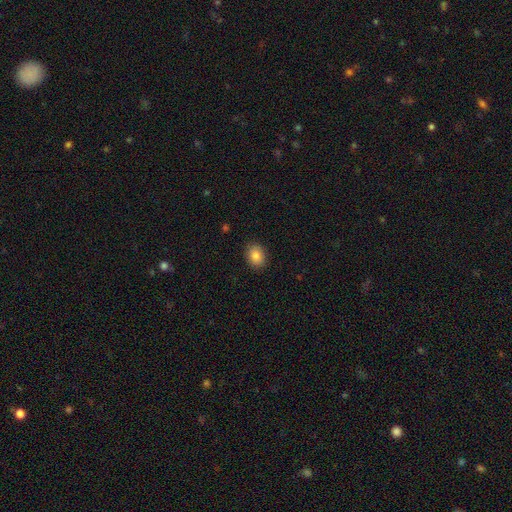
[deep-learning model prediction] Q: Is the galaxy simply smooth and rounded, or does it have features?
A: smooth — 85%.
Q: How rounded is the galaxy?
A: in between — 56%.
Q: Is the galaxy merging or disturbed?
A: none — 88%.